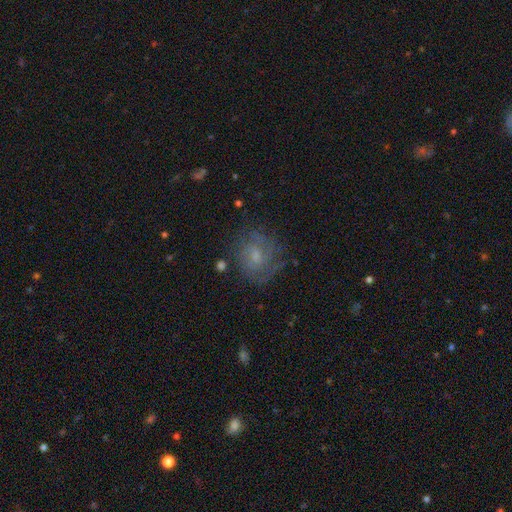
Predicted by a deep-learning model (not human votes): smooth-or-featured: featured or disk: 52% | smooth: 36% | star or artifact: 12%
  disk-edge-on: no: 97% | yes: 3%
    bar: no: 65% | weak: 31% | strong: 4%
    has-spiral-arms: yes: 72% | no: 28%
    bulge-size: small: 50% | moderate: 35% | none: 12% | large: 3% | dominant: 1%
  merging: none: 65% | minor disturbance: 20% | major disturbance: 13% | merger: 2%